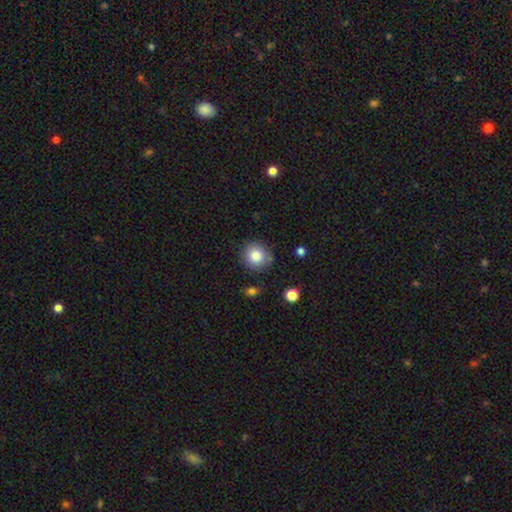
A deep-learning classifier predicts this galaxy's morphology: Overall: smooth (84%). How rounded: round (89%). Merging: none (82%).